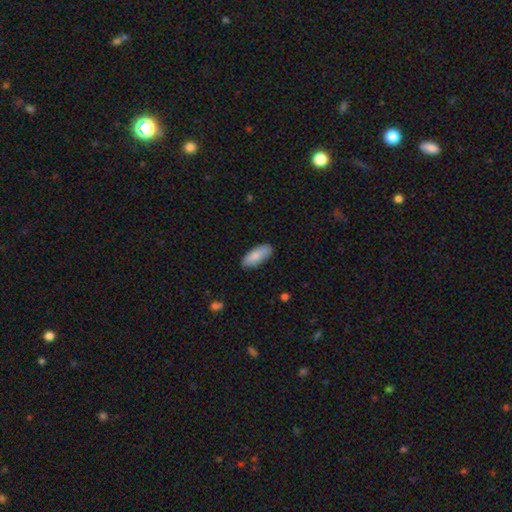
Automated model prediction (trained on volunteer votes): Morphology: type=smooth (85%); roundness=in between (79%); merging=none (87%).